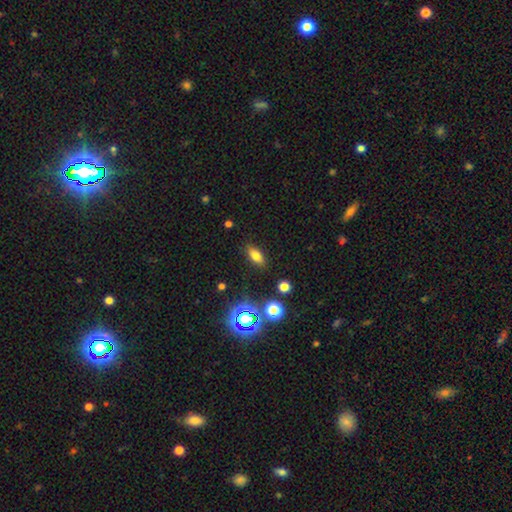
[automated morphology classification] Smooth or featured: smooth — 73% (star or artifact — 16%)
How rounded: in between — 82% (cigar-shaped — 10%)
Merging: none — 86% (minor disturbance — 9%)